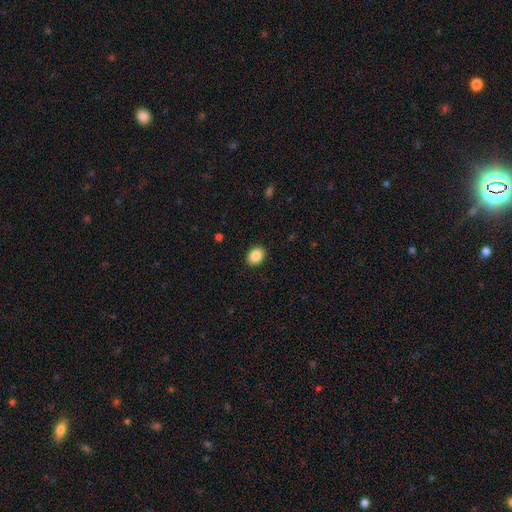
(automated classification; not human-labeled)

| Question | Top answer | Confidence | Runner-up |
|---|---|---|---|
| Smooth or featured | smooth | 88% | star or artifact (8%) |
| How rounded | in between | 62% | round (37%) |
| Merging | none | 91% | minor disturbance (7%) |